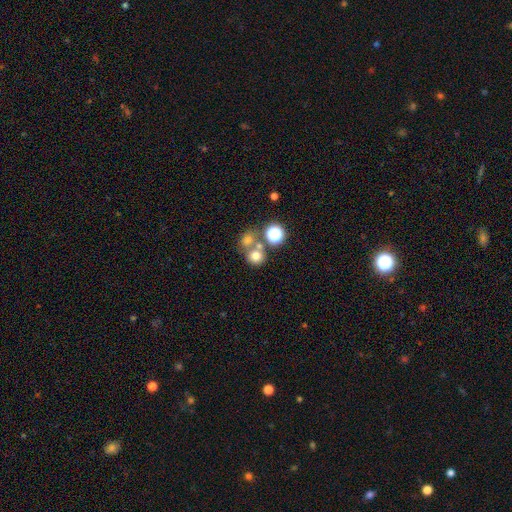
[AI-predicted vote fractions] smooth-or-featured: smooth: 70% | star or artifact: 19% | featured or disk: 11%
  how-rounded: round: 85% | in between: 14% | cigar-shaped: 1%
  merging: none: 53% | merger: 35% | minor disturbance: 8% | major disturbance: 4%